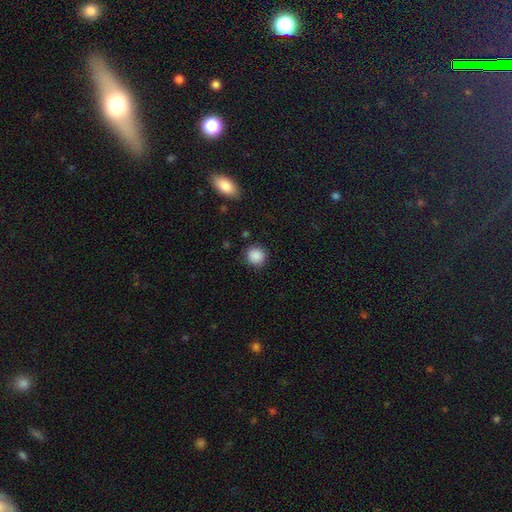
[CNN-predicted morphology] Smooth or featured? Predicted: smooth (p=0.88). How rounded? Predicted: round (p=0.89). Merging? Predicted: none (p=0.87).